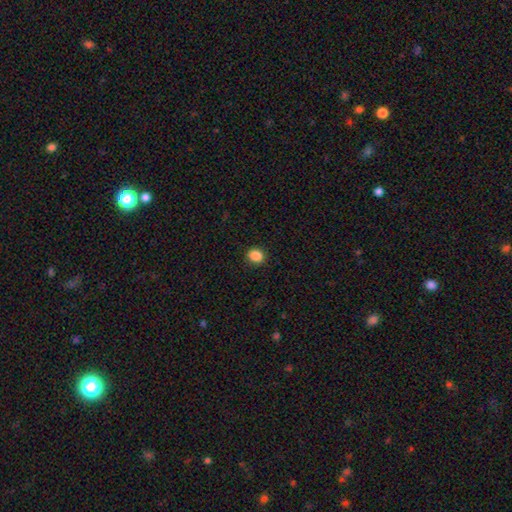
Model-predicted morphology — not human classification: Overall: smooth (87%). How rounded: round (63%; in between 36%). Merging: none (91%).